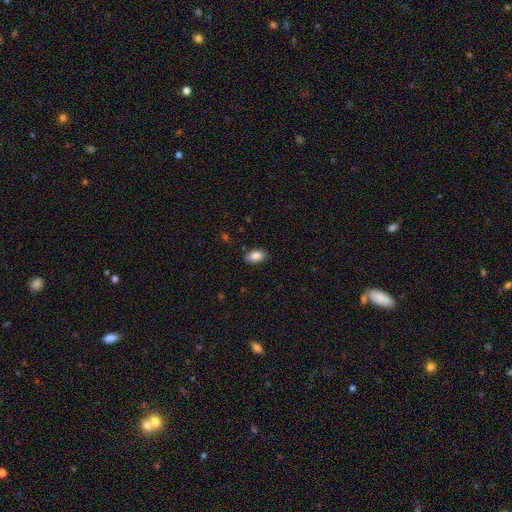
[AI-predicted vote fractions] smooth 86%, star or artifact 8%, featured or disk 7%. Down the decision tree: how rounded — in between (92%); merging — none (85%).